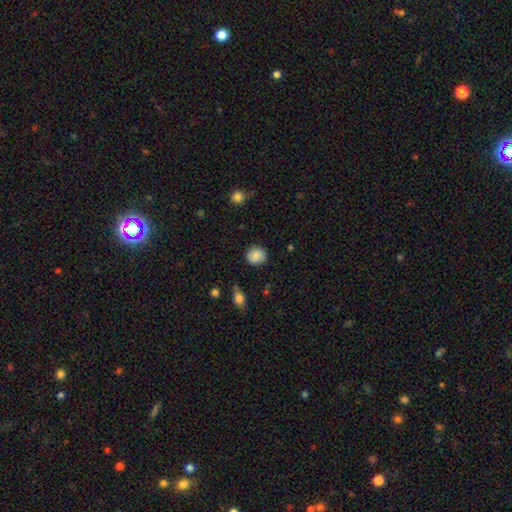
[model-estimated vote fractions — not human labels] A smooth galaxy with no disk features (83%) that is round (83%). Merging: none (81%).